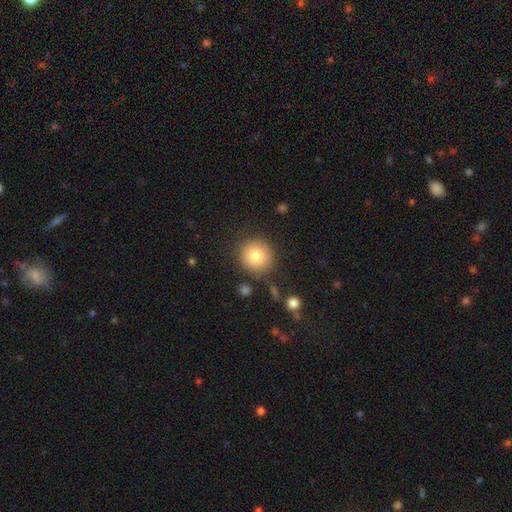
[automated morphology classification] Smooth or featured? Predicted: smooth (p=0.80). How rounded? Predicted: round (p=0.93). Merging? Predicted: none (p=0.84).